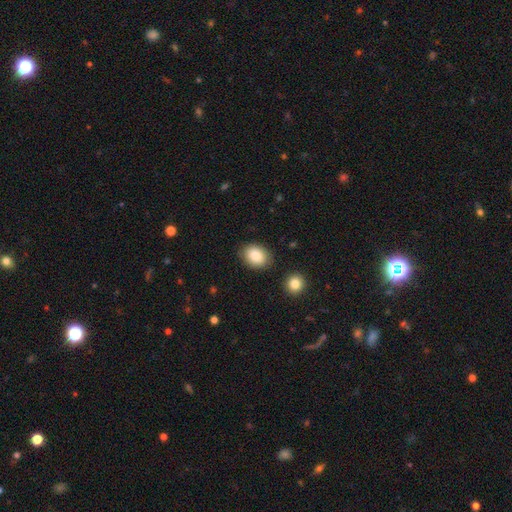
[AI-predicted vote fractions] This is clearly a smooth galaxy (86%). How rounded: likely in between (63%). Merging: clearly none (84%).